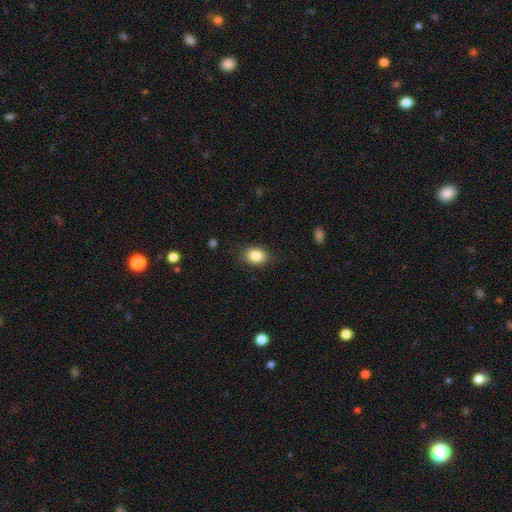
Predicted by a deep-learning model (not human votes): A smooth galaxy with no disk features (85%) that is in between round and cigar-shaped (67%).

Vote fractions:
- Smooth or featured? smooth: 85% / star or artifact: 9% / featured or disk: 6%
- How rounded? in between: 67% / round: 32% / cigar-shaped: 1%
- Merging? none: 84% / minor disturbance: 12% / major disturbance: 3% / merger: 1%